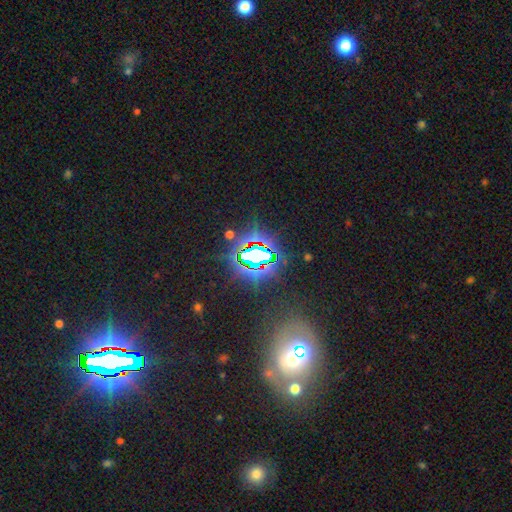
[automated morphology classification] star or artifact 80%, smooth 11%, featured or disk 9%.